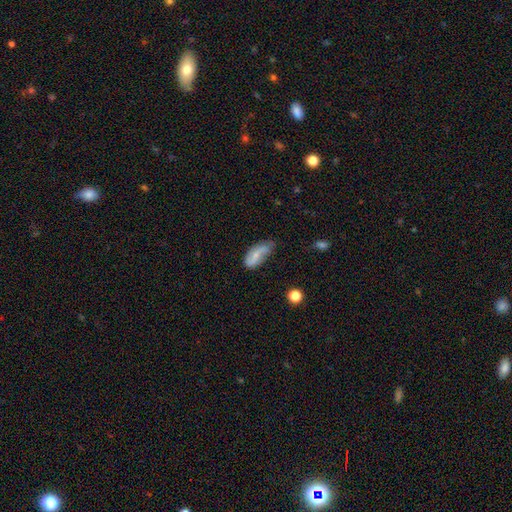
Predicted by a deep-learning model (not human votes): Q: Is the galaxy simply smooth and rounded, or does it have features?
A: featured or disk — 46%, tied with smooth.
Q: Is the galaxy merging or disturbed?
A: none — 49%.